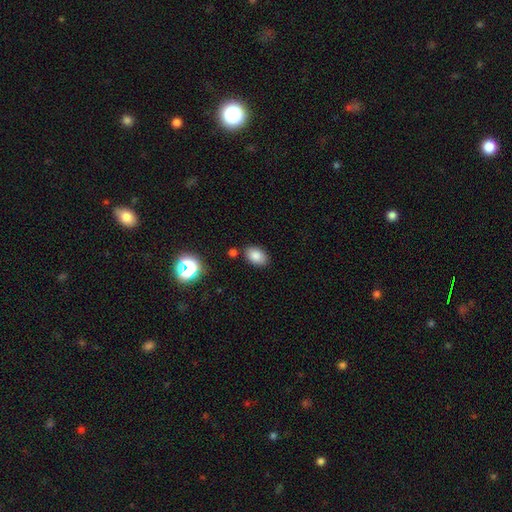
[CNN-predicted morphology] smooth 83%, star or artifact 10%, featured or disk 7%. Down the decision tree: how rounded — in between (85%); merging — none (80%).